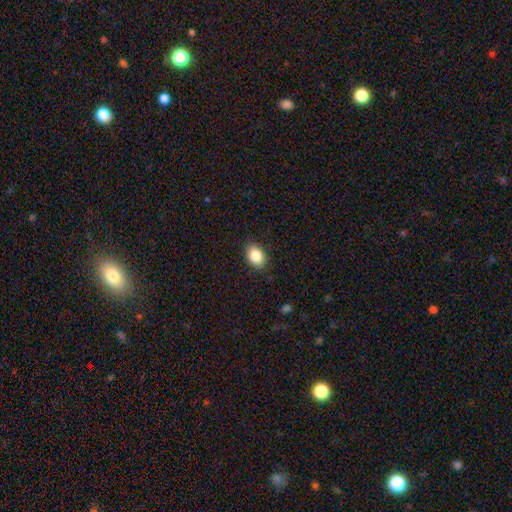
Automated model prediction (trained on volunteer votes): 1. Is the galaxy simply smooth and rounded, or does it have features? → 86% smooth, 8% star or artifact, 6% featured or disk.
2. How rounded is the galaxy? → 77% in between, 22% round, 1% cigar-shaped.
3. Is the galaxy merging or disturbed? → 87% none, 9% minor disturbance, 2% major disturbance, 1% merger.